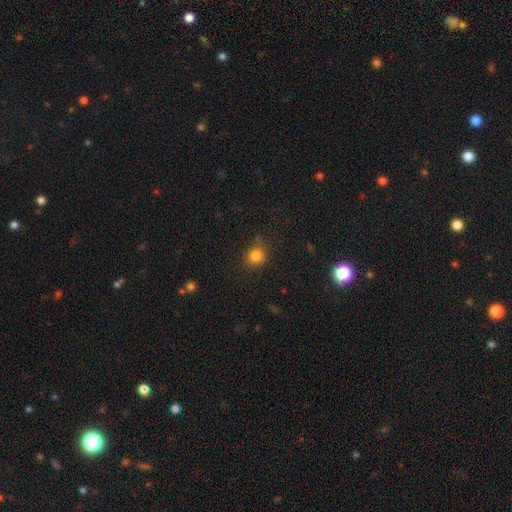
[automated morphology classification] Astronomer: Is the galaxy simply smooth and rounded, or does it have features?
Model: smooth — 82%.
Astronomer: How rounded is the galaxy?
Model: round — 78%.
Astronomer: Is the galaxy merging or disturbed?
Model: none — 74%.